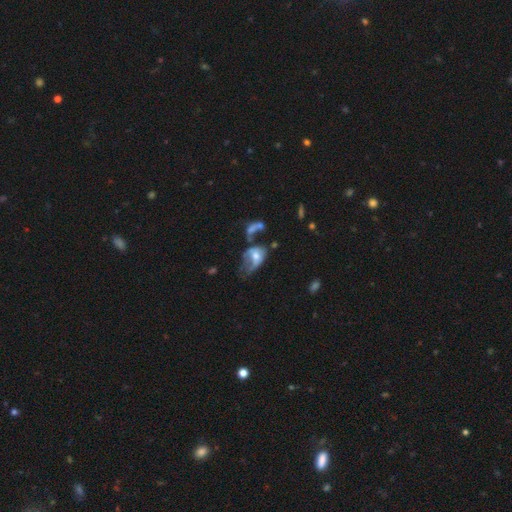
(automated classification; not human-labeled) smooth-or-featured: featured or disk: 47% | smooth: 43% | star or artifact: 9%
  merging: major disturbance: 41% | merger: 24% | minor disturbance: 18% | none: 17%